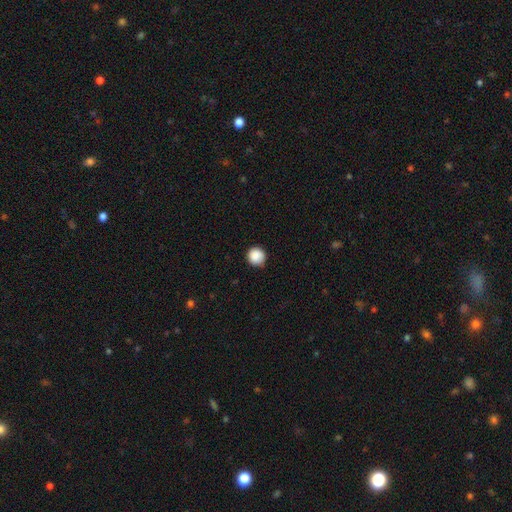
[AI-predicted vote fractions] smooth 88%, star or artifact 9%, featured or disk 3%. Down the decision tree: how rounded — round (94%); merging — none (85%).